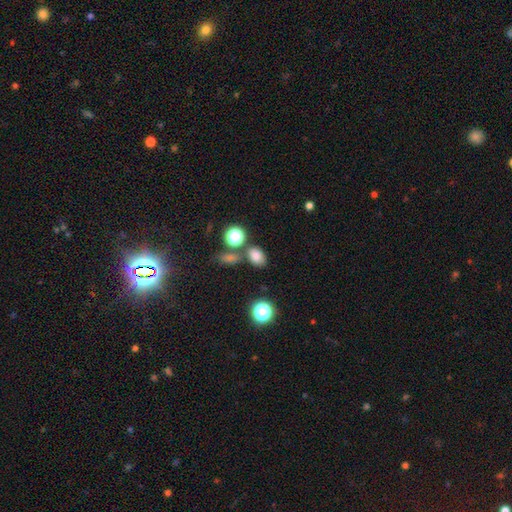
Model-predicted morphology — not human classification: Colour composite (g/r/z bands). It shows a smooth galaxy with no disk features (78%) that is in between round and cigar-shaped (73%). Merging: none (62%).